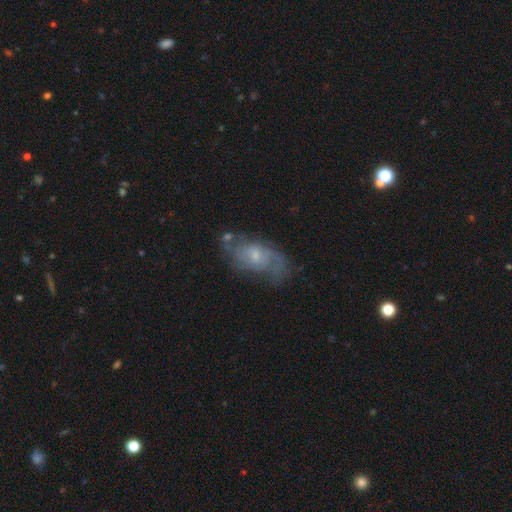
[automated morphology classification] A featured or disk galaxy (75%) with no bar (59%), 2 (62%) medium (46%) spiral arms (86%) and a small central bulge (61%).

Vote fractions:
- Smooth or featured? featured or disk: 75% / smooth: 17% / star or artifact: 7%
- Edge-on disk? no: 95% / yes: 5%
- Bar? no: 59% / weak: 37% / strong: 4%
- Spiral arms? yes: 86% / no: 14%
- Spiral winding? medium: 46% / loose: 28% / tight: 26%
- Spiral arm count? 2: 62% / can't tell: 23% / 3: 5% / 1: 5% / 4: 2% / more than 4: 2%
- Bulge size? small: 61% / moderate: 31% / none: 5% / large: 2% / dominant: 1%
- Merging? none: 60% / minor disturbance: 23% / major disturbance: 13% / merger: 4%